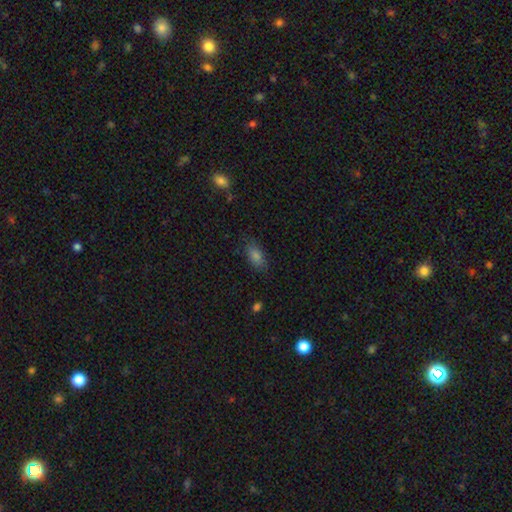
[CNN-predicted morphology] This is likely a smooth galaxy (75%). How rounded: clearly in between (84%). Merging: clearly none (81%).